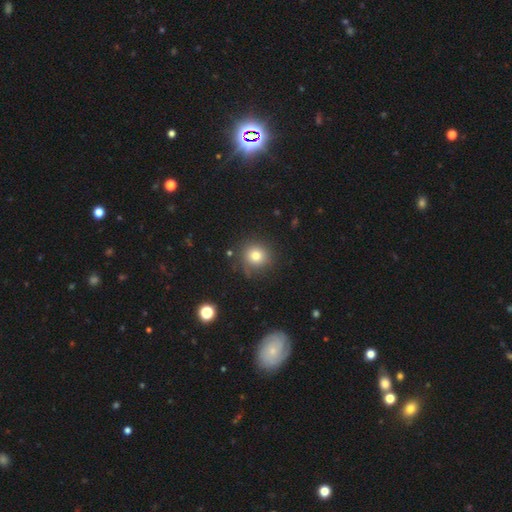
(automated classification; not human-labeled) smooth_or_featured: smooth (p=0.78) [alt: star or artifact p=0.13]
how_rounded: round (p=0.92) [alt: in between p=0.07]
merging: none (p=0.81) [alt: minor disturbance p=0.13]